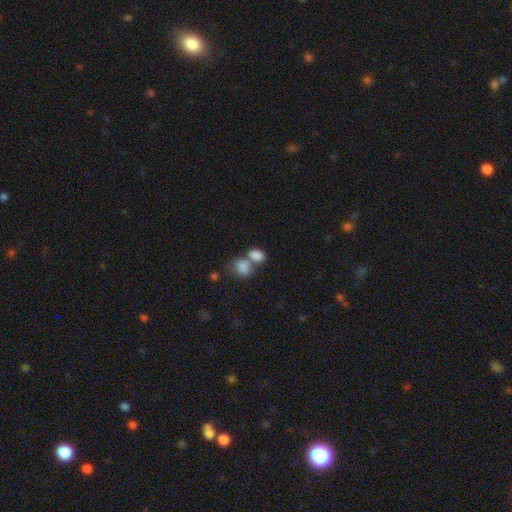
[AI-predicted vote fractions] Morphology: type=smooth (82%); roundness=in between (76%); merging=merger (56%).